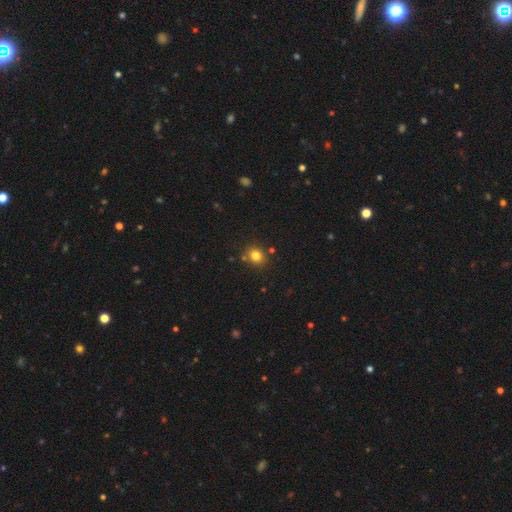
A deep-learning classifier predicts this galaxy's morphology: smooth 80%, star or artifact 13%, featured or disk 7%. Down the decision tree: how rounded — round (72%); merging — none (82%).